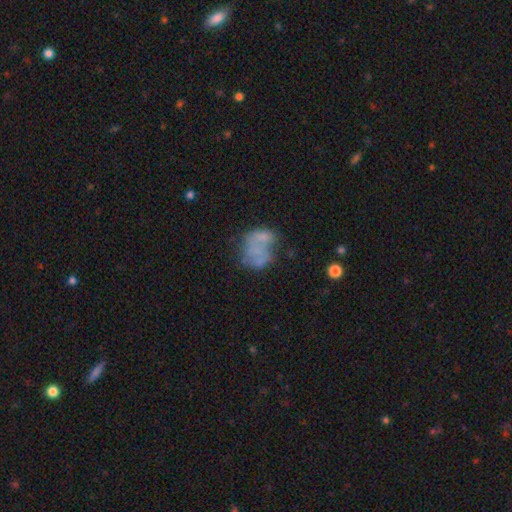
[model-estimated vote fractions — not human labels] Smooth or featured: smooth — 49% (featured or disk — 40%)
Merging: none — 35% (major disturbance — 23%)